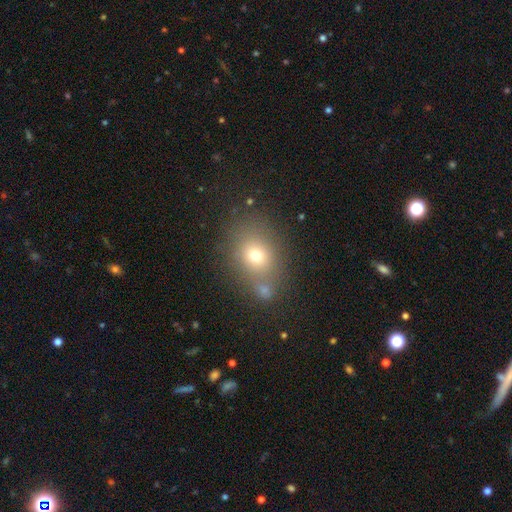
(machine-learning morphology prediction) A smooth galaxy with no disk features (68%) that is round (51%).

Vote fractions:
- Smooth or featured? smooth: 68% / star or artifact: 17% / featured or disk: 14%
- How rounded? round: 51% / in between: 48% / cigar-shaped: 1%
- Merging? none: 64% / merger: 17% / minor disturbance: 13% / major disturbance: 6%